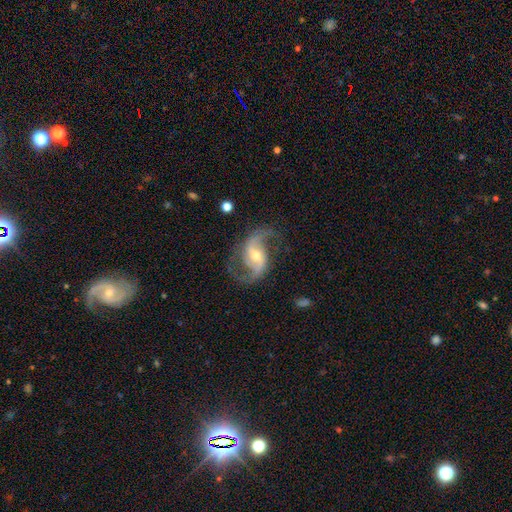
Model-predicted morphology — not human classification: type=featured or disk (91%); edge-on=no (98%); bar=weak (45%); spiral arms=yes (97%); winding=loose (58%); arm count=2 (93%); bulge=moderate (54%); merging=none (76%).